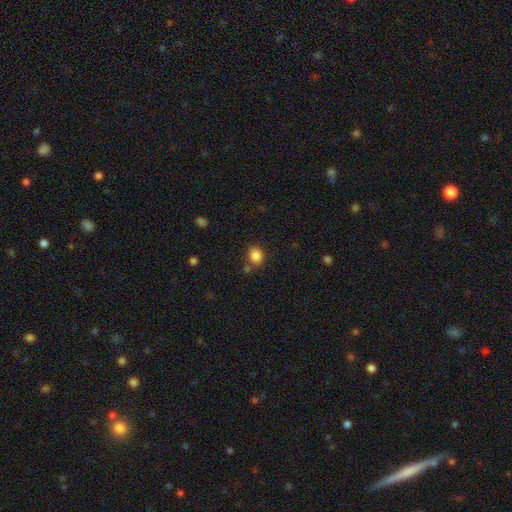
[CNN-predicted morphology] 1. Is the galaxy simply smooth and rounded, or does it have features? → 85% smooth, 11% star or artifact, 5% featured or disk.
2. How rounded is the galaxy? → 60% round, 39% in between, 1% cigar-shaped.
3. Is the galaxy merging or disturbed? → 69% none, 16% minor disturbance, 10% merger, 5% major disturbance.